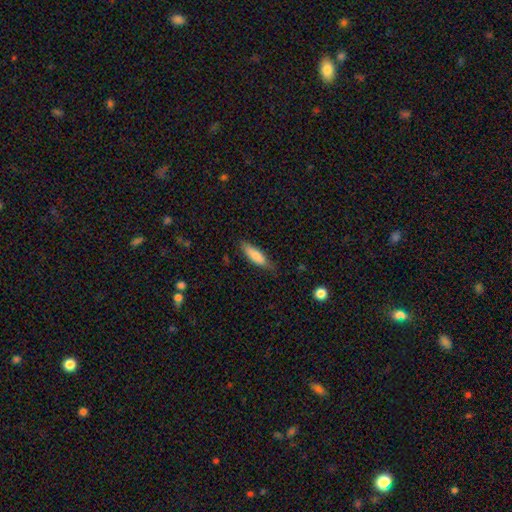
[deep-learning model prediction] Overall: smooth (79%). How rounded: cigar-shaped (51%; in between 47%). Merging: none (73%).